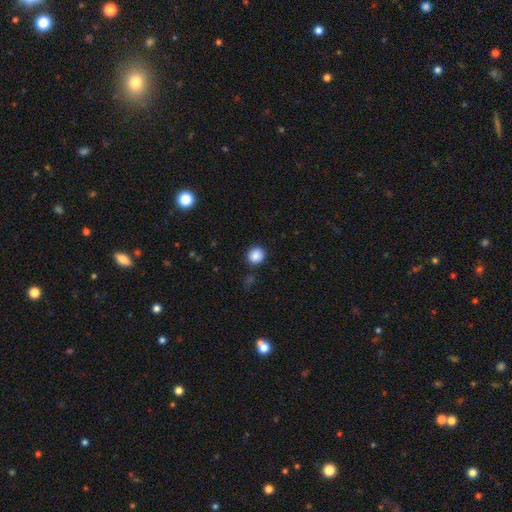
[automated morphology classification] Smooth or featured? smooth (87%)
How rounded? round (90%)
Merging? none (87%)